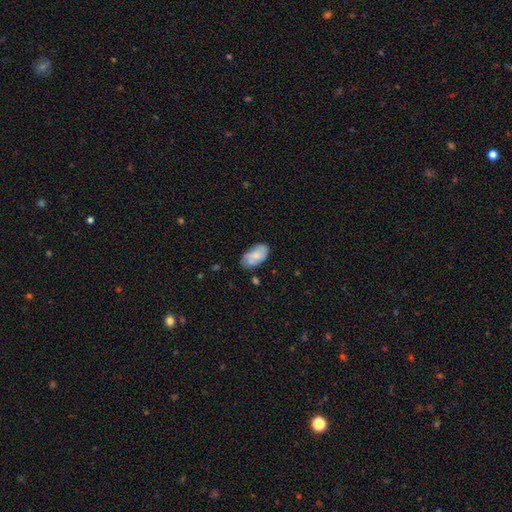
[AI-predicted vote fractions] Smooth or featured: smooth — 65% (featured or disk — 28%)
How rounded: in between — 94% (round — 4%)
Merging: none — 68% (minor disturbance — 23%)